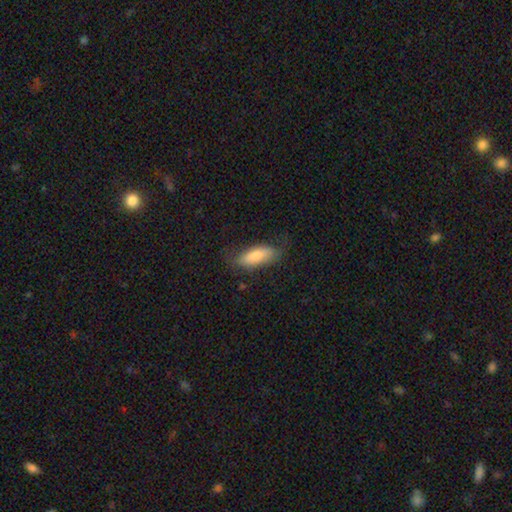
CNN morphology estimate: type=smooth (77%); roundness=in between (65%); merging=none (72%).